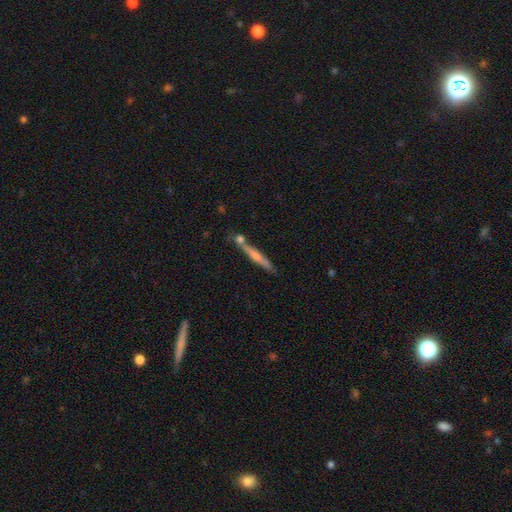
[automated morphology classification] This is possibly a smooth galaxy (50%). Merging: likely none (70%).